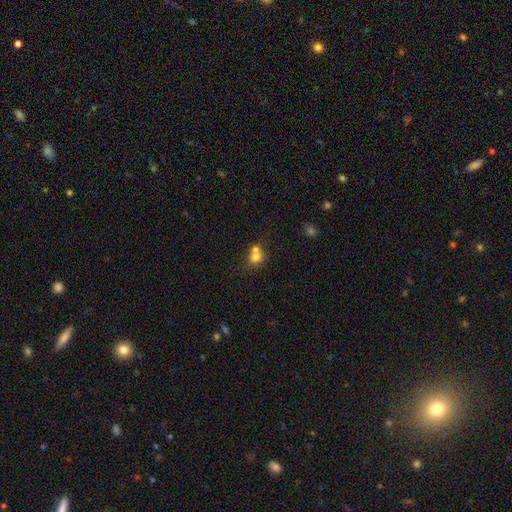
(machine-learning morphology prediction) smooth_or_featured: smooth (p=0.74) [alt: featured or disk p=0.14]
how_rounded: round (p=0.79) [alt: in between p=0.20]
merging: merger (p=0.58) [alt: none p=0.33]